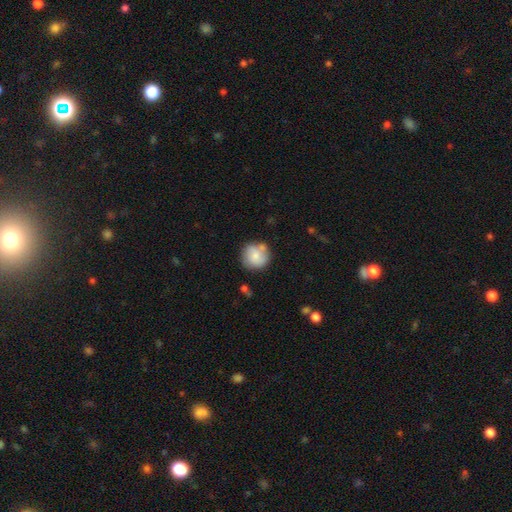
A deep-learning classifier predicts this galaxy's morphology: Q: Smooth or featured?
A: smooth (72%); runner-up: featured or disk (20%)
Q: How rounded?
A: round (91%); runner-up: in between (8%)
Q: Merging?
A: none (67%); runner-up: minor disturbance (18%)